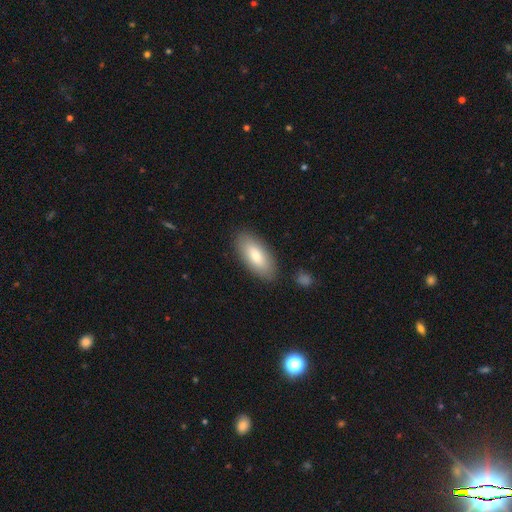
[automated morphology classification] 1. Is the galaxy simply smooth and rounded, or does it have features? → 78% smooth, 16% featured or disk, 6% star or artifact.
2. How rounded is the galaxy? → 87% in between, 11% cigar-shaped, 2% round.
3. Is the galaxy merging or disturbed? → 86% none, 9% minor disturbance, 3% major disturbance, 2% merger.